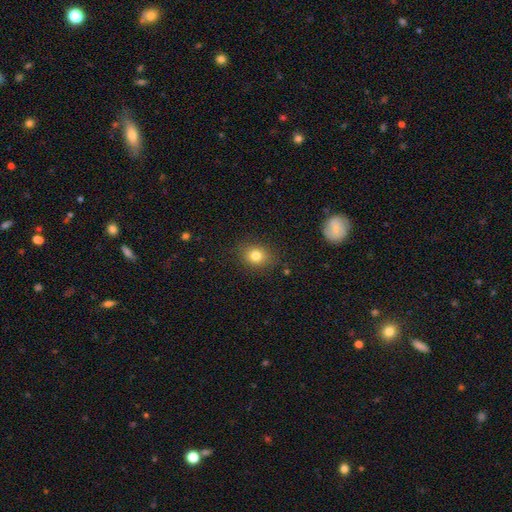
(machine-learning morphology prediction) type=smooth (80%); roundness=round (62%); merging=none (85%).